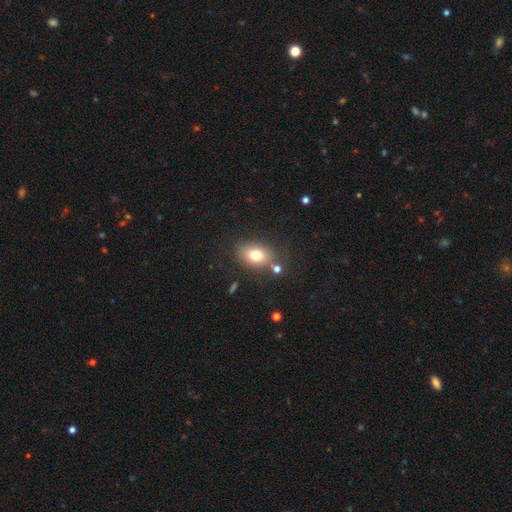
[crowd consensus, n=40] smooth 70%, featured or disk 20%, star or artifact 10%. Down the decision tree: how rounded — in between (79%); merging — none (72%).